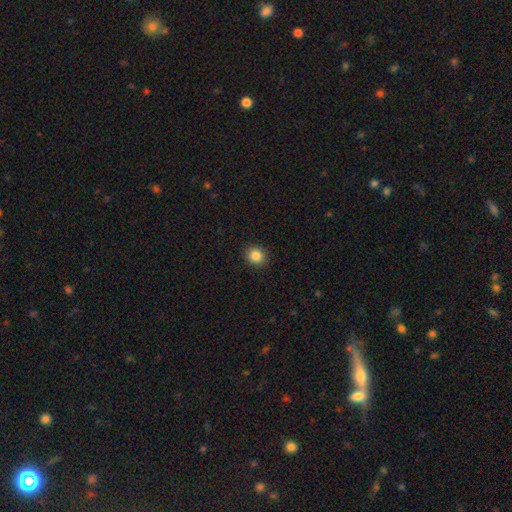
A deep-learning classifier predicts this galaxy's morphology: This is clearly a smooth galaxy (85%). How rounded: likely round (80%). Merging: clearly none (91%).